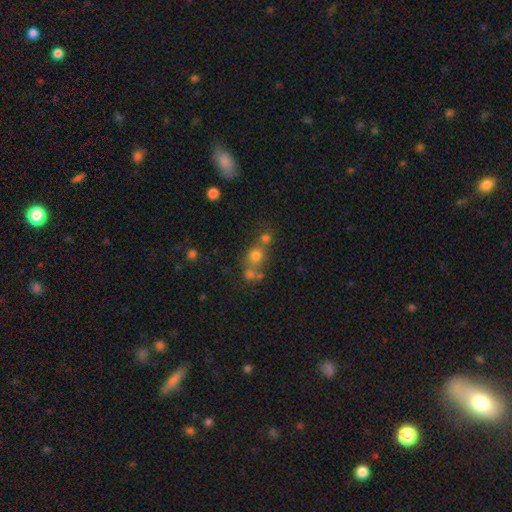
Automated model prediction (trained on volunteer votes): smooth 66%, star or artifact 19%, featured or disk 16%. Down the decision tree: how rounded — round (78%); merging — none (44%).